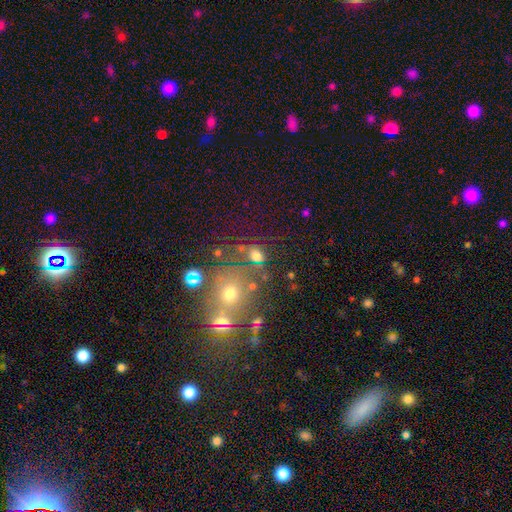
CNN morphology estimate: type=smooth (66%); roundness=round (51%); merging=none (58%).